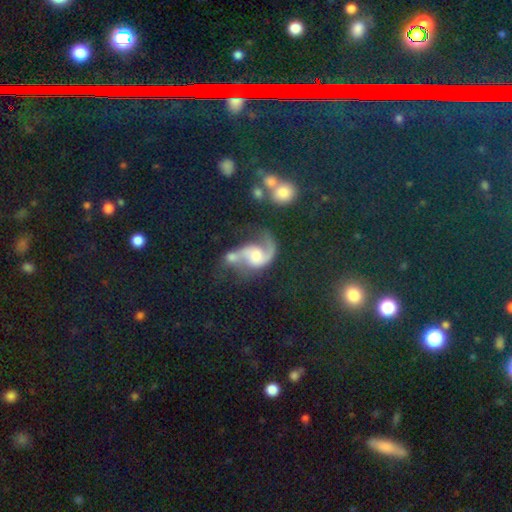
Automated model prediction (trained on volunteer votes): This is clearly a featured or disk galaxy (81%). It is clearly not viewed edge-on (98%). Bar: possibly no (60%). Spiral arm pattern: clearly yes (95%). Spiral arm count: clearly 2 (85%). Spiral winding: possibly loose (51%). Central bulge: possibly moderate (50%). Merging: marginally none (34%).